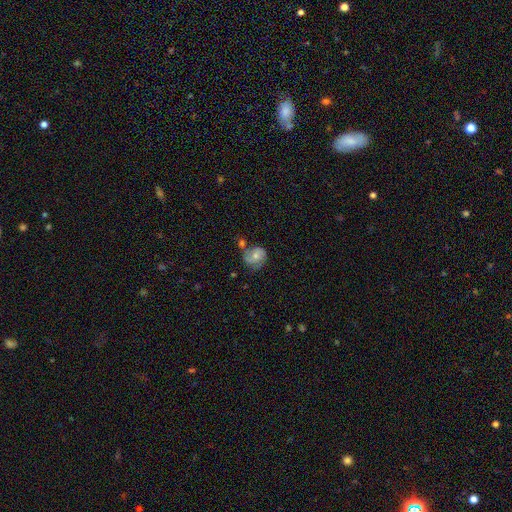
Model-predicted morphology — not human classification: The model was most divided on "smooth or featured": featured or disk: 49%, smooth: 43%, star or artifact: 8%. Remaining: merging — none (46%).